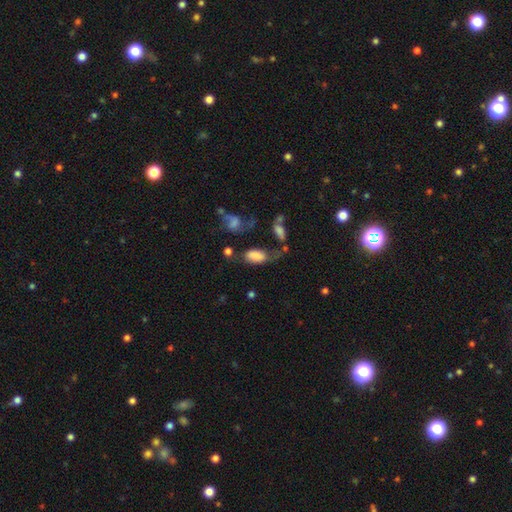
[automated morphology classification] A smooth galaxy with no disk features (77%) that is in between round and cigar-shaped (92%). Merging: none (36%).